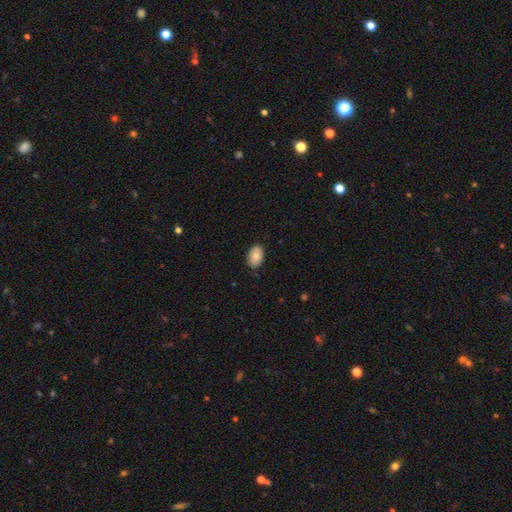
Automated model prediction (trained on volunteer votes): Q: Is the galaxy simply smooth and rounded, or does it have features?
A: smooth — 85%.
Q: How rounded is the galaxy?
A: in between — 91%.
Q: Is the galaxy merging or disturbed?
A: none — 86%.